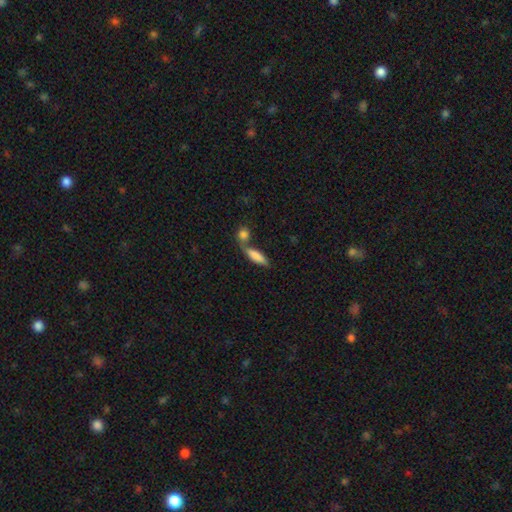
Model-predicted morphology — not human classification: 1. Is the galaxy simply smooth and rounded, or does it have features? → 82% smooth, 12% featured or disk, 7% star or artifact.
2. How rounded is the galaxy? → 55% in between, 42% cigar-shaped, 3% round.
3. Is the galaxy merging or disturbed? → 45% merger, 39% none, 11% minor disturbance, 5% major disturbance.